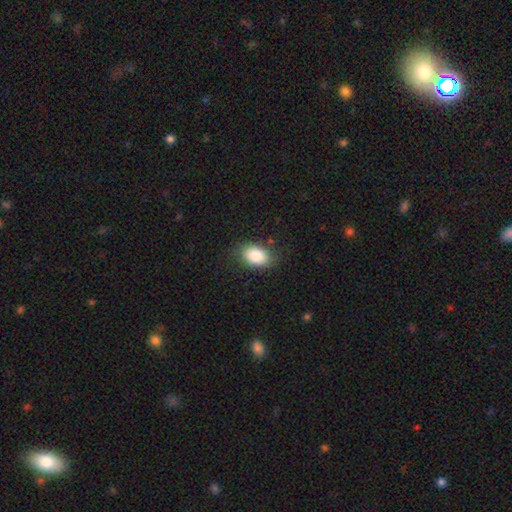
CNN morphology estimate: A smooth galaxy with no disk features (84%) that is in between round and cigar-shaped (83%).

Vote fractions:
- Smooth or featured? smooth: 84% / featured or disk: 8% / star or artifact: 8%
- How rounded? in between: 83% / round: 16% / cigar-shaped: 1%
- Merging? none: 81% / minor disturbance: 14% / major disturbance: 4% / merger: 1%